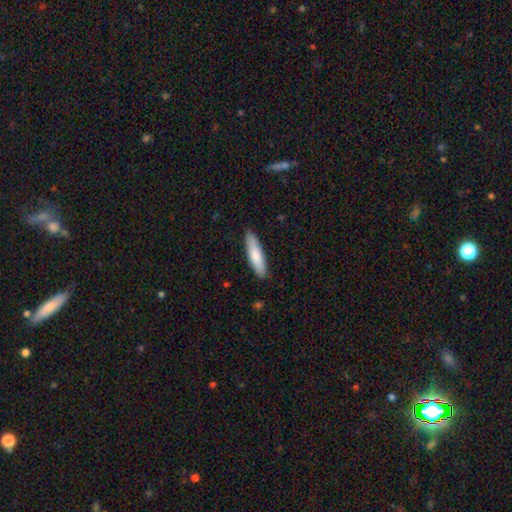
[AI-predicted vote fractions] Smooth or featured? smooth (82%)
How rounded? cigar-shaped (70%)
Merging? none (88%)